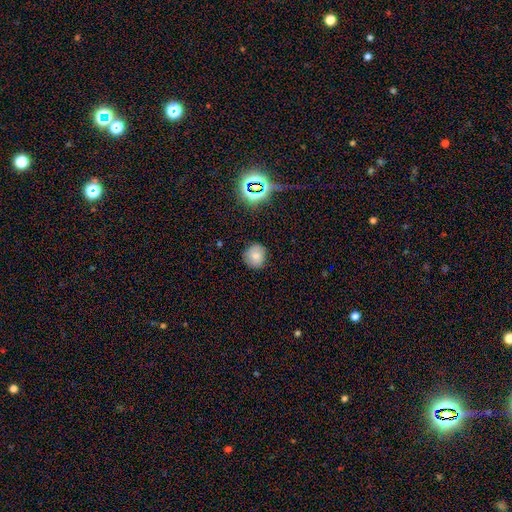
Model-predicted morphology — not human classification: Smooth or featured?
  - smooth: 77% *
  - star or artifact: 14%
  - featured or disk: 9%
How rounded?
  - round: 85% *
  - in between: 14%
  - cigar-shaped: 1%
Merging?
  - none: 82% *
  - minor disturbance: 14%
  - major disturbance: 3%
  - merger: 1%